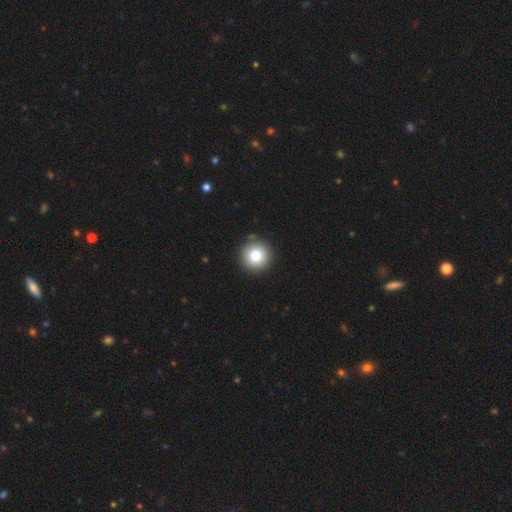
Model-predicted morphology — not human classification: Smooth or featured? Predicted: smooth (p=0.83). How rounded? Predicted: round (p=0.95). Merging? Predicted: none (p=0.91).